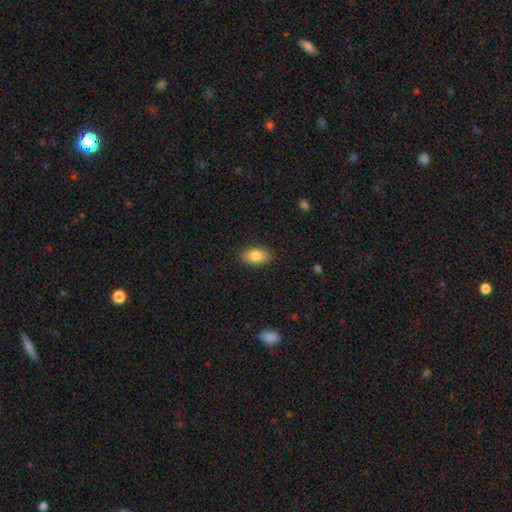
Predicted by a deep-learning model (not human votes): Morphology: type=smooth (83%); roundness=in between (89%); merging=none (87%).